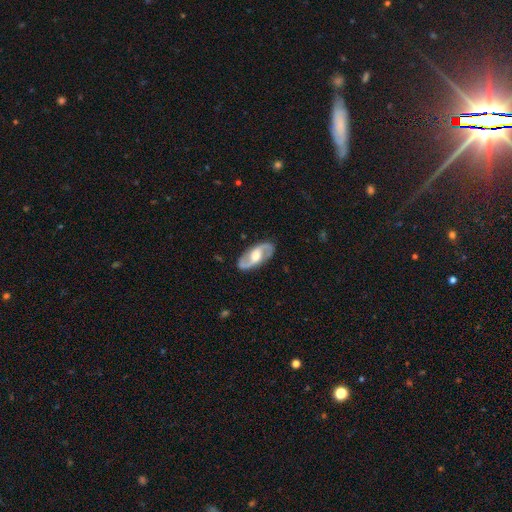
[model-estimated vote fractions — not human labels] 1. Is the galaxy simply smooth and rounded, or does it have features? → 86% featured or disk, 10% smooth, 4% star or artifact.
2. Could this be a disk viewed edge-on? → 95% no, 5% yes.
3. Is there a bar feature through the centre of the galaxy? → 41% weak (tied), 41% no (tied), 18% strong.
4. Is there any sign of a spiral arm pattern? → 94% yes, 6% no.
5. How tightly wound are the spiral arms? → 52% medium, 30% loose, 18% tight.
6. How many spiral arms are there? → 93% 2, 2% can't tell, 1% 1, 1% 3, 1% 4, 1% more than 4.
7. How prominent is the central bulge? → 61% moderate, 25% large, 10% small, 2% none, 2% dominant.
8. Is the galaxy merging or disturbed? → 88% none, 9% minor disturbance, 3% major disturbance, 1% merger.